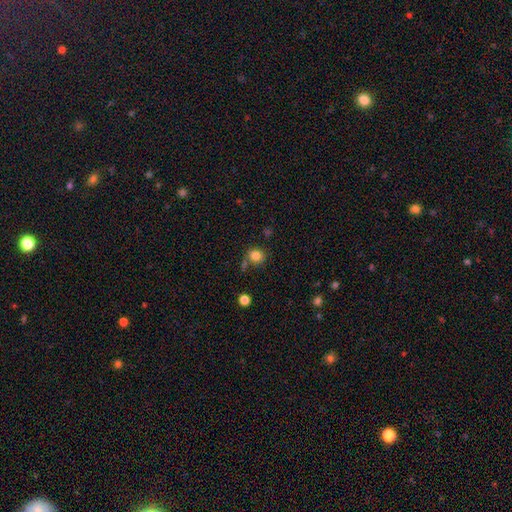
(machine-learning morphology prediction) This appears to be a smooth galaxy with no disk features (83%) that is round (78%). Merging: none (73%).